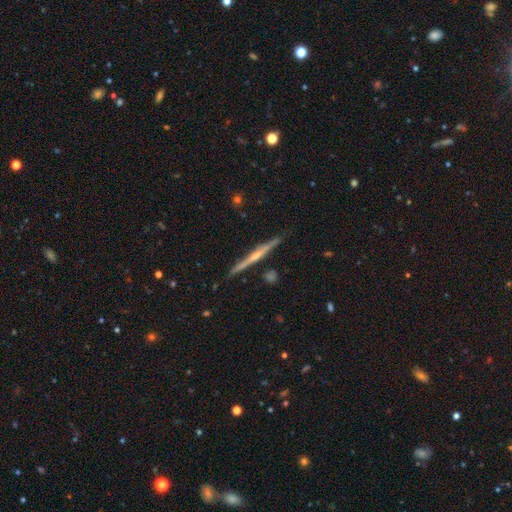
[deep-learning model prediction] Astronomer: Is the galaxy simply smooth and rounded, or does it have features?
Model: featured or disk — 76%.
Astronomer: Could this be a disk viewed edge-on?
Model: yes — 98%.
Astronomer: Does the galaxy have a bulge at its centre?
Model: rounded — 68%.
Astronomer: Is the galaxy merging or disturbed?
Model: none — 88%.